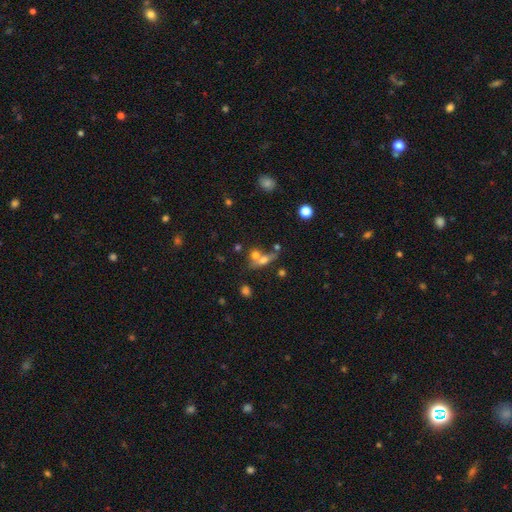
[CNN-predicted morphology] This appears to be a smooth galaxy with no disk features (56%) that is in between round and cigar-shaped (43%). Merging: merger (49%).